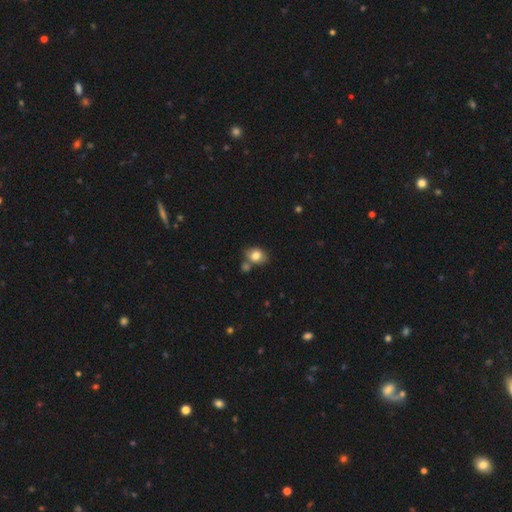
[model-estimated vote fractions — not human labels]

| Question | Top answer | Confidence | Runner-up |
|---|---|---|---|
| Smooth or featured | smooth | 81% | star or artifact (10%) |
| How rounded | round | 50% | in between (49%) |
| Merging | none | 60% | merger (19%) |